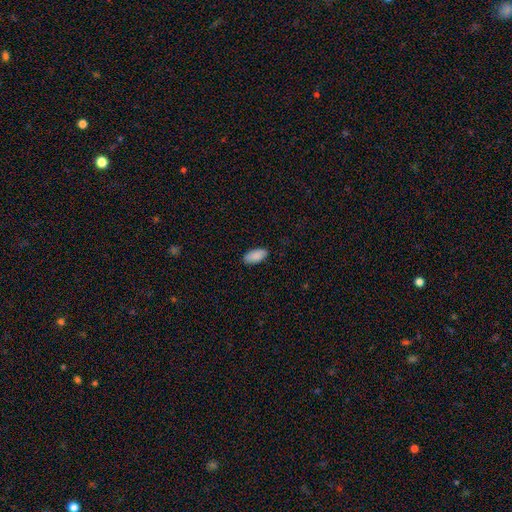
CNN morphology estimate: smooth 90%, star or artifact 6%, featured or disk 4%. Down the decision tree: how rounded — in between (92%); merging — none (87%).